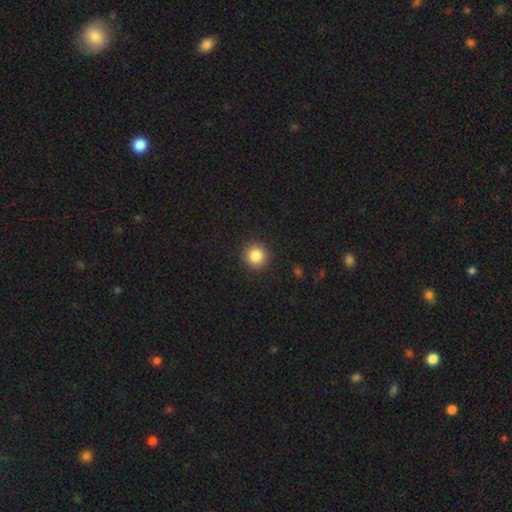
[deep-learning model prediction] The model was most divided on "smooth or featured": smooth: 86%, star or artifact: 10%, featured or disk: 5%. More confident: how rounded — round (95%); merging — none (92%).